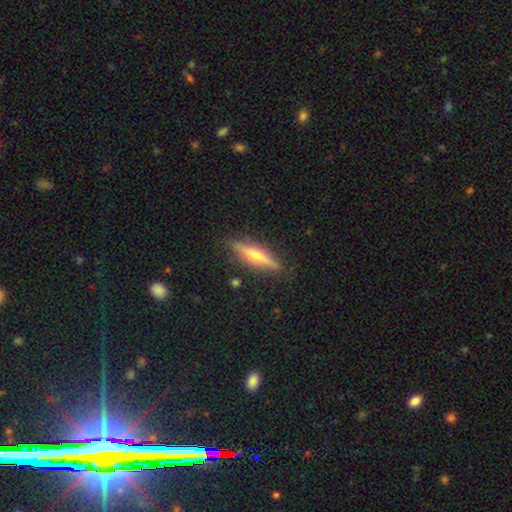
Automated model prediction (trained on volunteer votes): This appears to be a featured or disk galaxy (67%) viewed edge-on (96%) with a rounded central bulge (87%). Merging: none (89%).